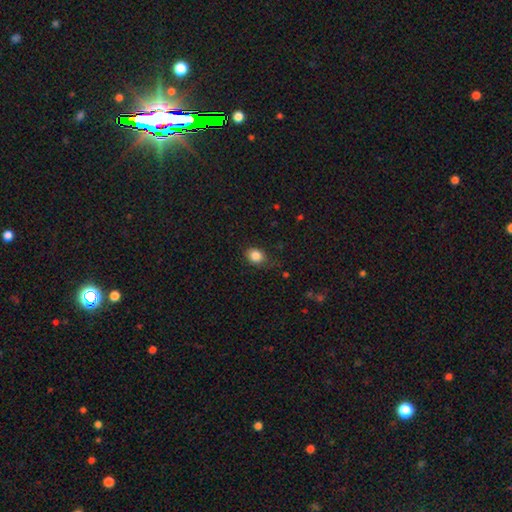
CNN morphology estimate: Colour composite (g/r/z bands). It shows a smooth galaxy with no disk features (85%) that is round (53%). Merging: none (73%).